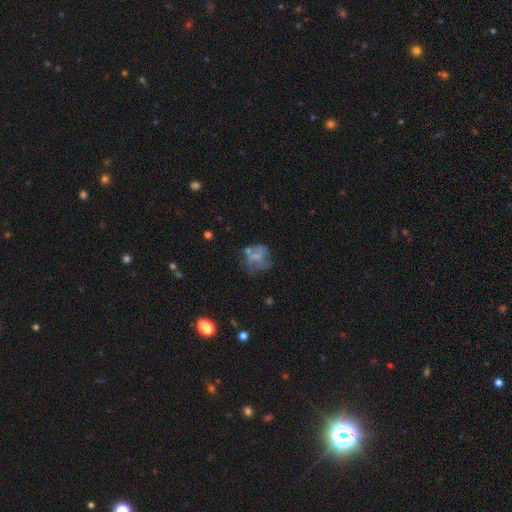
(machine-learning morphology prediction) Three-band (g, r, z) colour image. It shows a featured or disk galaxy (46%). Merging: none (42%).